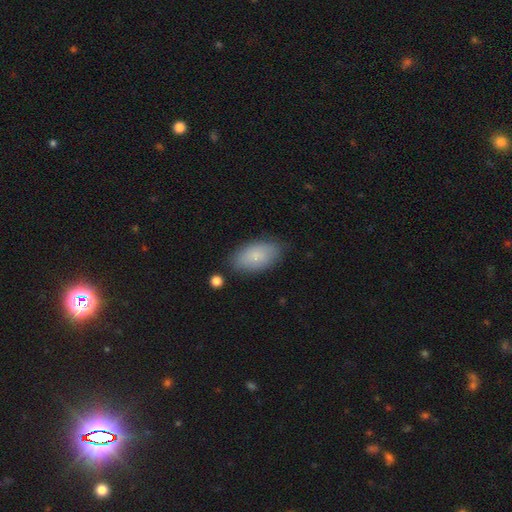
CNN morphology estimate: Smooth or featured: smooth — 83% (featured or disk — 10%)
How rounded: in between — 94% (cigar-shaped — 3%)
Merging: none — 80% (minor disturbance — 15%)